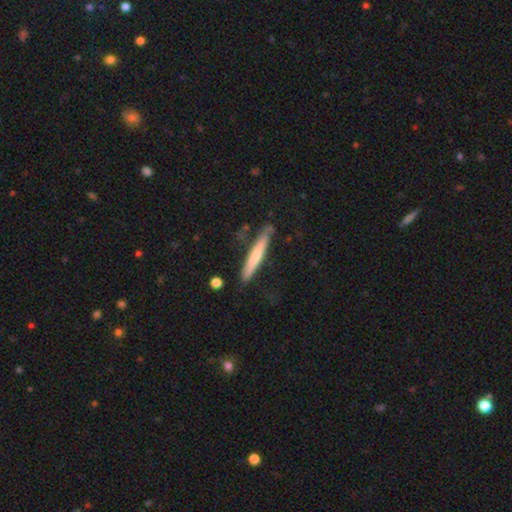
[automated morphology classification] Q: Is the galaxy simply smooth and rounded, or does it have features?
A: smooth — 62%.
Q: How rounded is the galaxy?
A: cigar-shaped — 95%.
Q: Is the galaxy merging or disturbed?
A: none — 80%.